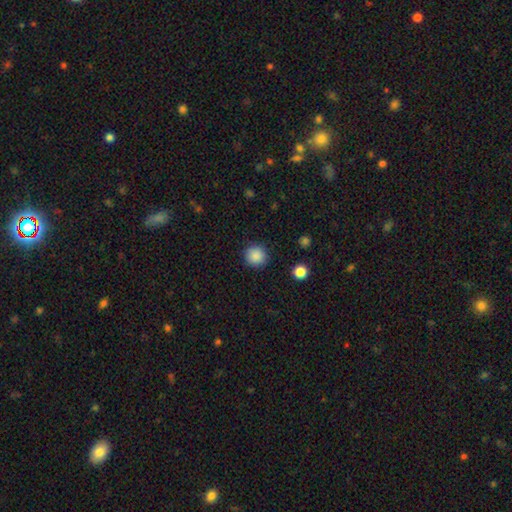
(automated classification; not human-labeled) This is clearly a smooth galaxy (87%). How rounded: clearly round (93%). Merging: clearly none (90%).